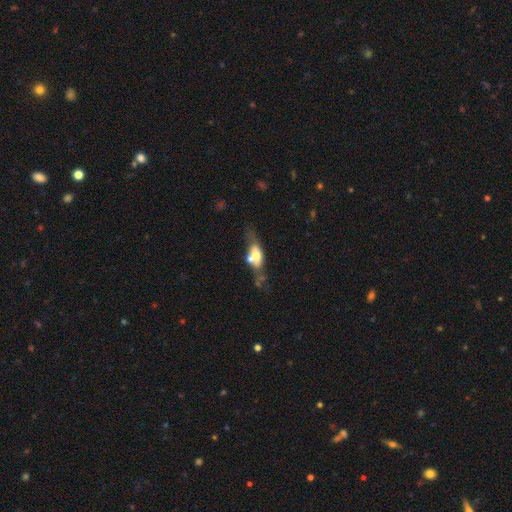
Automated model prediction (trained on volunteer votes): Smooth or featured: smooth — 48% (featured or disk — 43%)
Merging: none — 36% (merger — 32%)